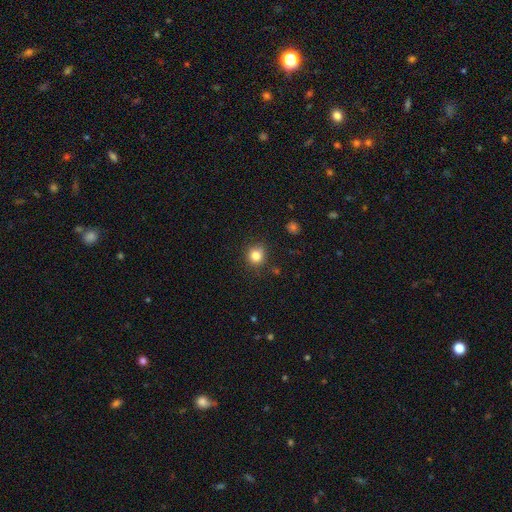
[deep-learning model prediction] A smooth galaxy with no disk features (83%) that is round (88%).

Vote fractions:
- Smooth or featured? smooth: 83% / star or artifact: 12% / featured or disk: 6%
- How rounded? round: 88% / in between: 11% / cigar-shaped: 1%
- Merging? none: 84% / minor disturbance: 11% / major disturbance: 3% / merger: 2%